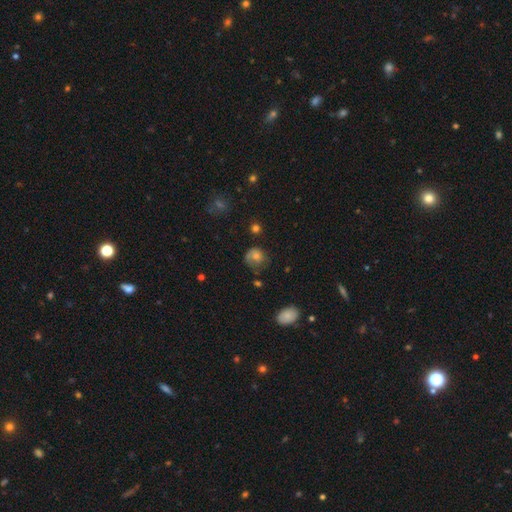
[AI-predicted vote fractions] The model was most divided on "smooth or featured": smooth: 54%, featured or disk: 31%, star or artifact: 15%. Remaining: how rounded — round (72%); merging — none (50%).